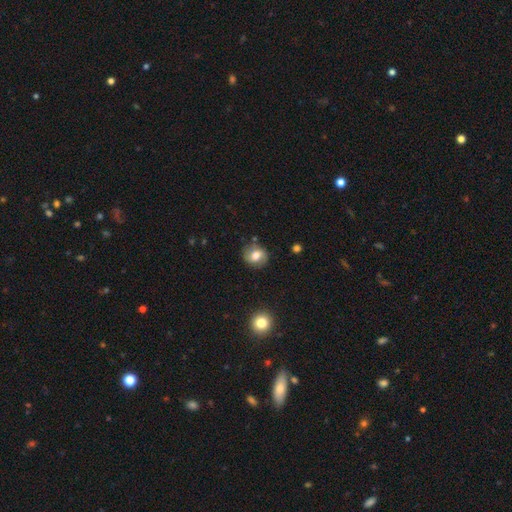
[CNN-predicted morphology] Smooth or featured?
  - smooth: 55% *
  - featured or disk: 35%
  - star or artifact: 9%
How rounded?
  - round: 73% *
  - in between: 26%
  - cigar-shaped: 1%
Merging?
  - none: 79% *
  - minor disturbance: 15%
  - major disturbance: 4%
  - merger: 2%